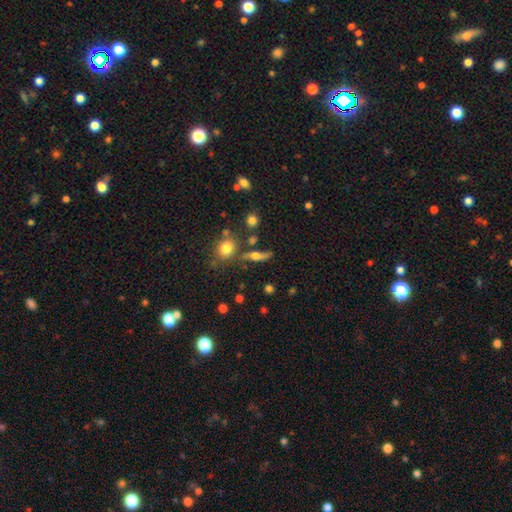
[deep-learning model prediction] The model was most divided on "smooth or featured": featured or disk: 45%, smooth: 44%, star or artifact: 11%. More confident: merging — none (65%).